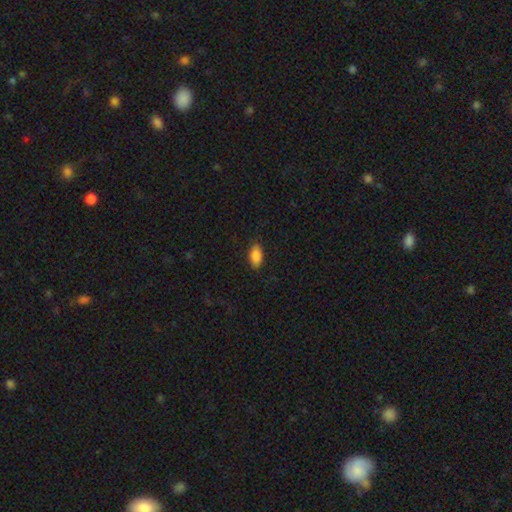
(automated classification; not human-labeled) A smooth galaxy with no disk features (87%) that is in between round and cigar-shaped (92%). Merging: none (85%).